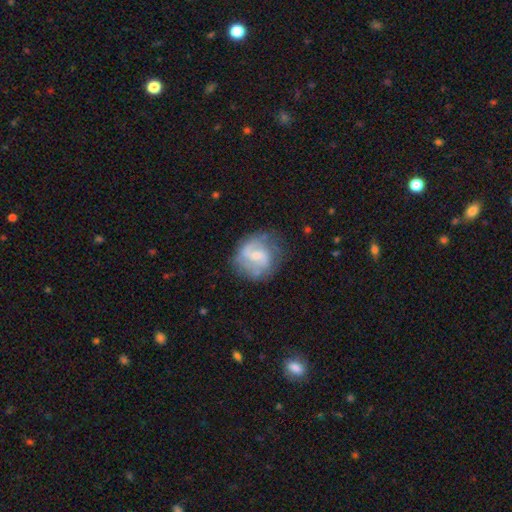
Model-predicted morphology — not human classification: Q: Smooth or featured?
A: featured or disk (71%); runner-up: smooth (23%)
Q: Edge-on disk?
A: no (98%); runner-up: yes (2%)
Q: Bar?
A: weak (58%); runner-up: no (25%)
Q: Spiral arms?
A: yes (88%); runner-up: no (12%)
Q: Spiral winding?
A: medium (46%); runner-up: loose (32%)
Q: Spiral arm count?
A: 2 (75%); runner-up: can't tell (13%)
Q: Bulge size?
A: small (47%); runner-up: moderate (37%)
Q: Merging?
A: none (64%); runner-up: minor disturbance (22%)